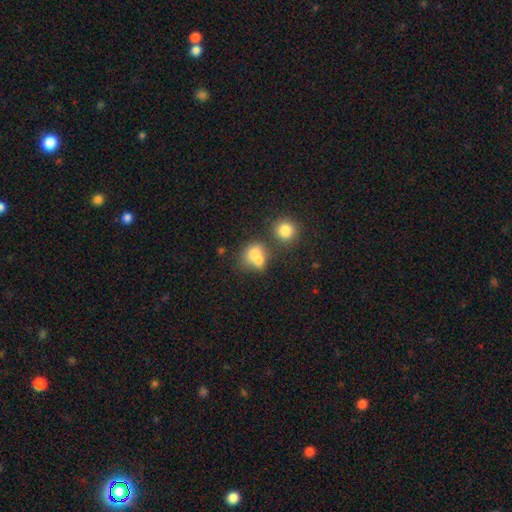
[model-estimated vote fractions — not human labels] smooth_or_featured: smooth (p=0.72) [alt: featured or disk p=0.16]
how_rounded: round (p=0.61) [alt: in between p=0.38]
merging: merger (p=0.54) [alt: none p=0.30]